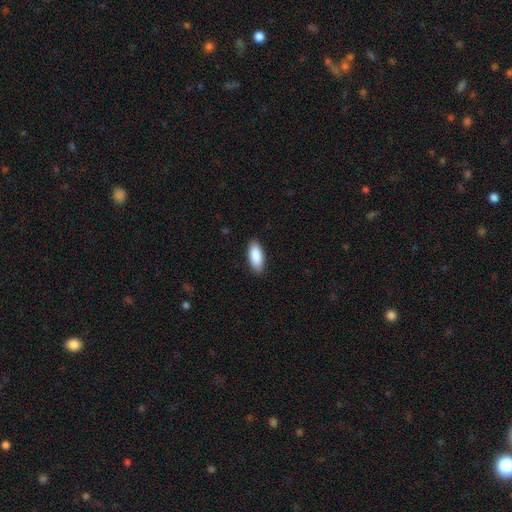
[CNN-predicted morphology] Smooth or featured? smooth (89%)
How rounded? in between (84%)
Merging? none (89%)